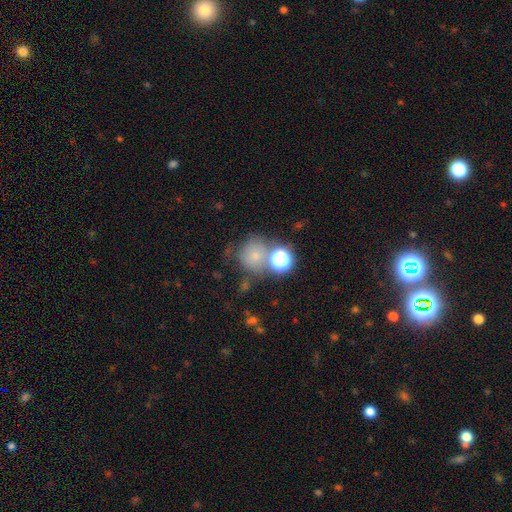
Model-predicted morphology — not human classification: Overall: smooth (67%). How rounded: round (83%). Merging: none (53%; merger 23%).